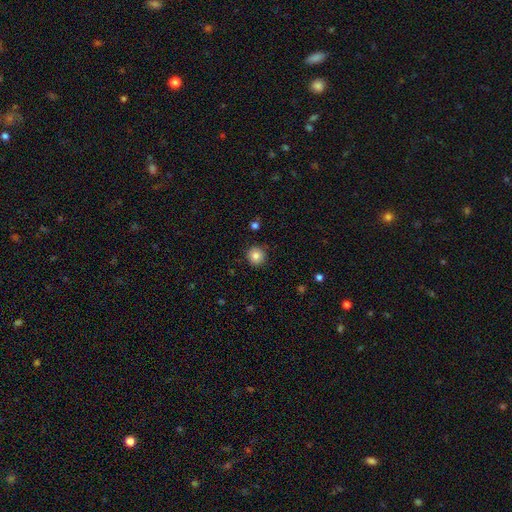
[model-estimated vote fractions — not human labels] Smooth or featured?
  - smooth: 84% *
  - star or artifact: 10%
  - featured or disk: 7%
How rounded?
  - round: 94% *
  - in between: 5%
  - cigar-shaped: 1%
Merging?
  - none: 91% *
  - minor disturbance: 6%
  - major disturbance: 2%
  - merger: 1%